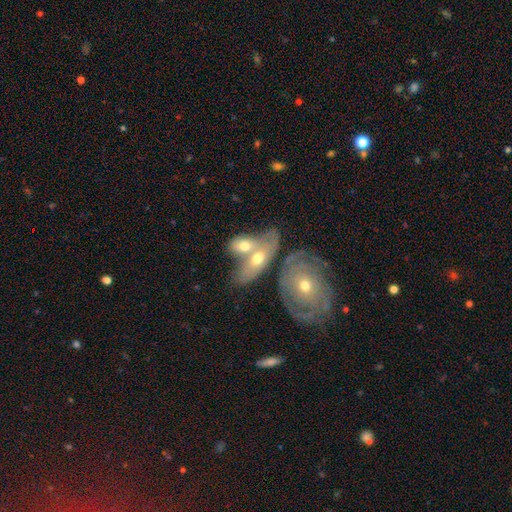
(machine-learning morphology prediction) A featured or disk galaxy (54%).

Vote fractions:
- Smooth or featured? featured or disk: 54% / smooth: 38% / star or artifact: 8%
- Edge-on disk? no: 88% / yes: 12%
- Merging? merger: 60% / none: 24% / minor disturbance: 10% / major disturbance: 6%